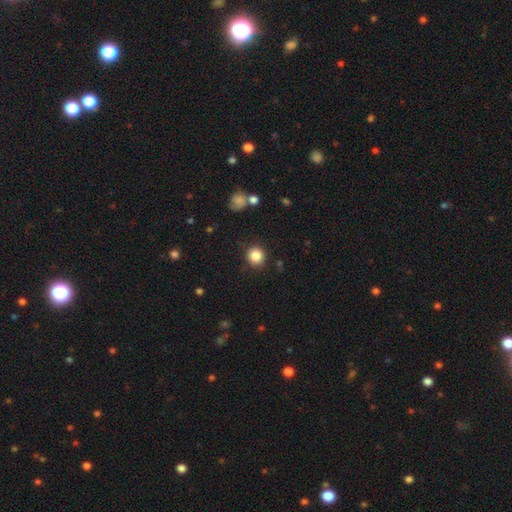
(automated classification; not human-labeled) Smooth or featured? smooth (85%)
How rounded? round (91%)
Merging? none (88%)